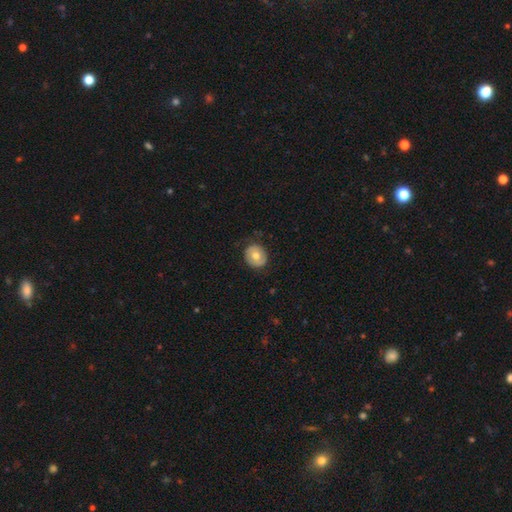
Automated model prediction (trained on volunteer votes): A smooth galaxy with no disk features (62%) that is round (82%). Merging: none (81%).